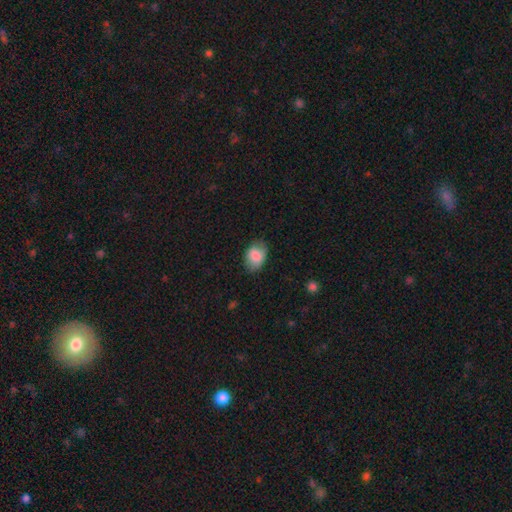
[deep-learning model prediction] The model was most divided on "merging": none: 75%, minor disturbance: 20%, major disturbance: 4%, merger: 1%. More confident: smooth or featured — smooth (84%); how rounded — in between (79%).